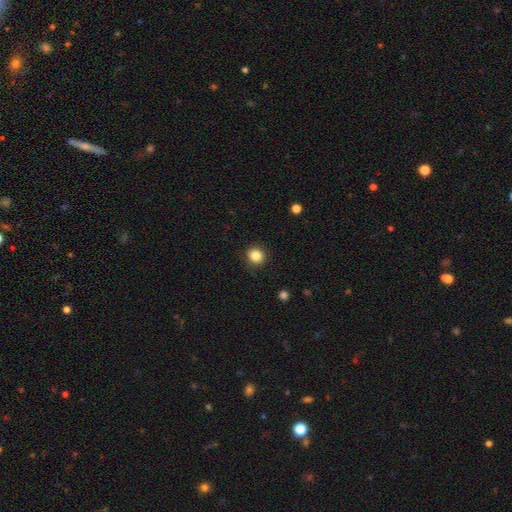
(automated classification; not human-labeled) The model was most divided on "smooth or featured": smooth: 85%, star or artifact: 11%, featured or disk: 5%. More confident: merging — none (89%); how rounded — round (87%).